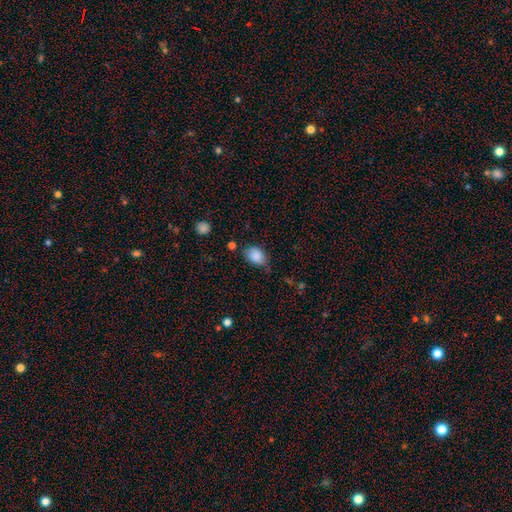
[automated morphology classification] Q: Smooth or featured?
A: smooth (85%); runner-up: star or artifact (8%)
Q: How rounded?
A: in between (81%); runner-up: round (17%)
Q: Merging?
A: none (51%); runner-up: minor disturbance (36%)